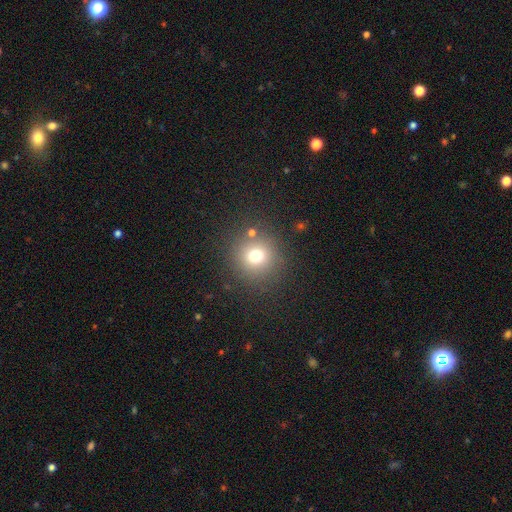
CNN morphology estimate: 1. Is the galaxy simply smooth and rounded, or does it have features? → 73% smooth, 18% star or artifact, 10% featured or disk.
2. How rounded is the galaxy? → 93% round, 6% in between, 1% cigar-shaped.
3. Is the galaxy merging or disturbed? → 83% none, 8% minor disturbance, 5% merger, 4% major disturbance.